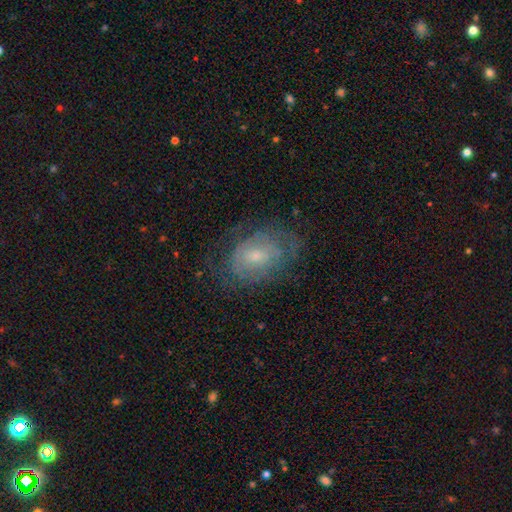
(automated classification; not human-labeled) The model was most divided on "bulge size": small: 53%, moderate: 39%, none: 4%, large: 3%, dominant: 1%. More confident: edge-on disk — no (95%); merging — none (64%); bar — no (64%); spiral arms — yes (61%); smooth or featured — featured or disk (54%).